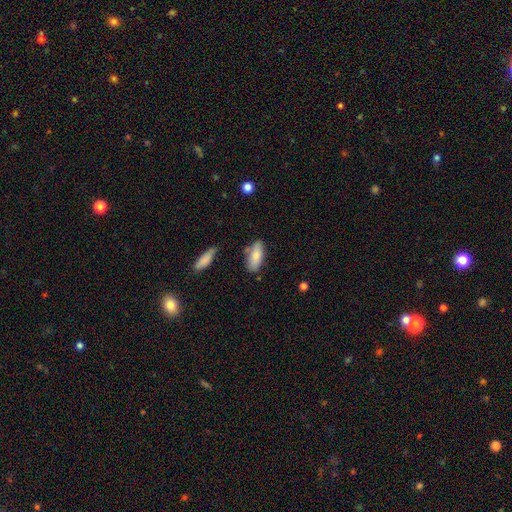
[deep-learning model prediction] This appears to be a smooth galaxy with no disk features (82%) that is in between round and cigar-shaped (83%). Merging: none (71%).